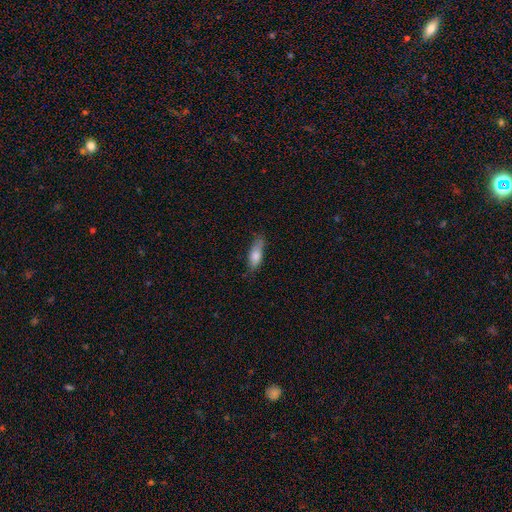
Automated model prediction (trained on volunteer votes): This appears to be a smooth galaxy with no disk features (77%) that is in between round and cigar-shaped (62%). Merging: none (64%).